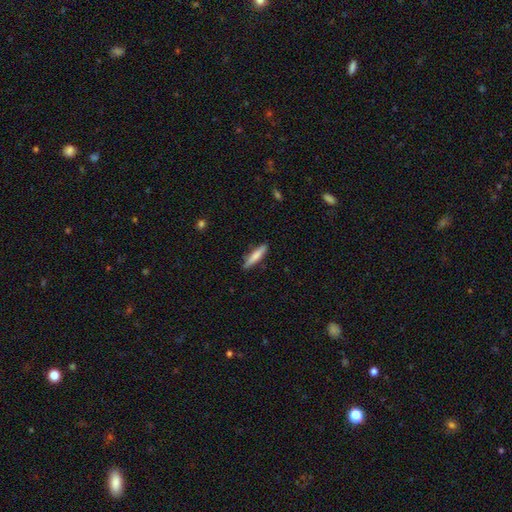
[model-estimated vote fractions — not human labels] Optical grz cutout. It shows a smooth galaxy with no disk features (73%) that is cigar-shaped (86%). Merging: none (87%).